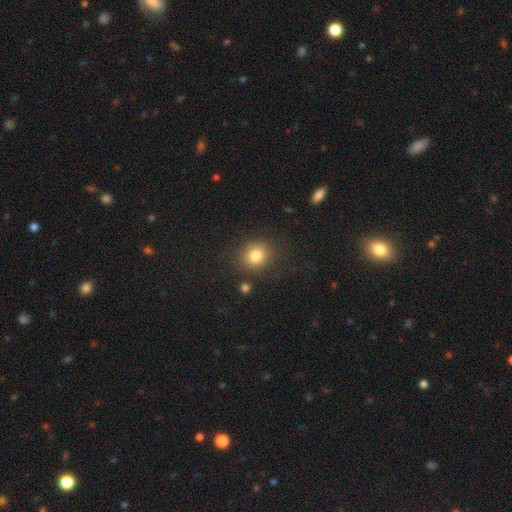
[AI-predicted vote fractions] Q: Smooth or featured?
A: smooth (82%); runner-up: star or artifact (11%)
Q: How rounded?
A: round (75%); runner-up: in between (24%)
Q: Merging?
A: none (81%); runner-up: minor disturbance (12%)